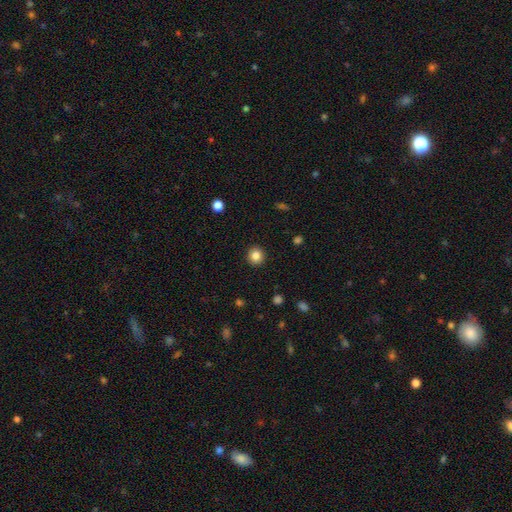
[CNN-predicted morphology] A smooth galaxy with no disk features (85%) that is round (92%). Merging: none (92%).